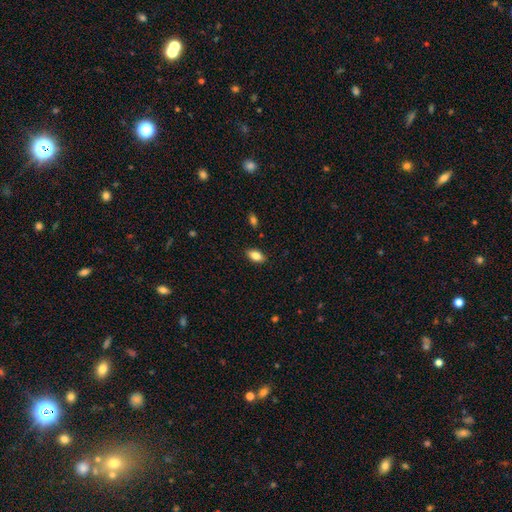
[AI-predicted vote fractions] Q: Smooth or featured?
A: smooth (82%); runner-up: featured or disk (10%)
Q: How rounded?
A: in between (90%); runner-up: cigar-shaped (5%)
Q: Merging?
A: none (87%); runner-up: minor disturbance (9%)